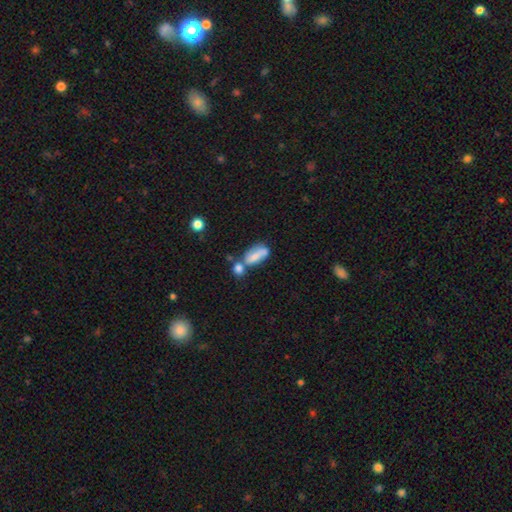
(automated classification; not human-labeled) Morphology: type=smooth (60%); roundness=in between (80%); merging=merger (47%).